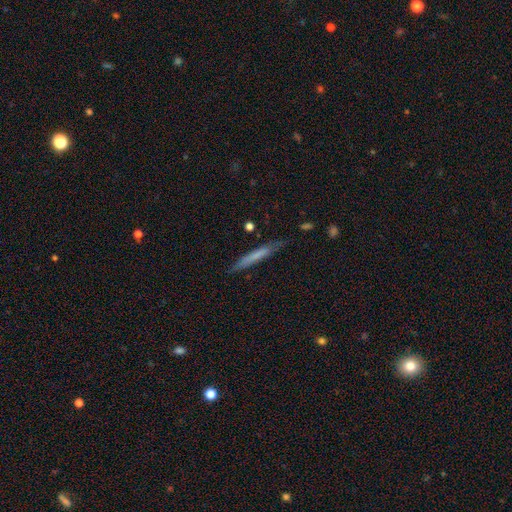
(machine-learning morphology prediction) Smooth or featured?
  - smooth: 60% *
  - featured or disk: 34%
  - star or artifact: 7%
How rounded?
  - cigar-shaped: 95% *
  - in between: 4%
  - round: 1%
Merging?
  - none: 78% *
  - minor disturbance: 16%
  - major disturbance: 3%
  - merger: 2%